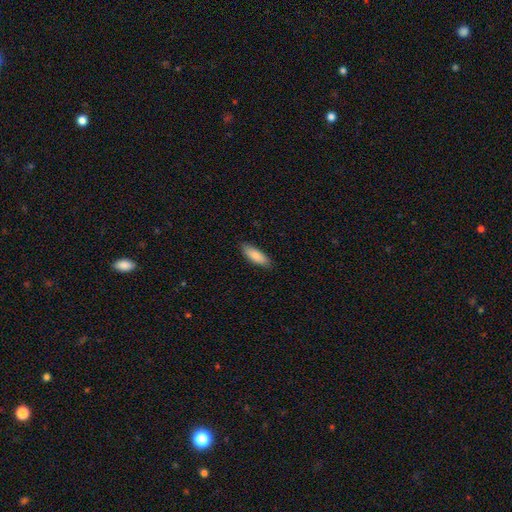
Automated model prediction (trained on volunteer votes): A smooth galaxy with no disk features (85%) that is in between round and cigar-shaped (61%).

Vote fractions:
- Smooth or featured? smooth: 85% / featured or disk: 9% / star or artifact: 6%
- How rounded? in between: 61% / cigar-shaped: 37% / round: 2%
- Merging? none: 86% / minor disturbance: 11% / major disturbance: 2% / merger: 1%